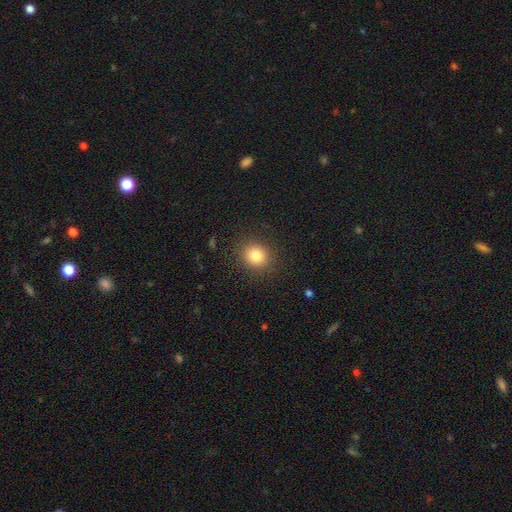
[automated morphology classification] The model was most divided on "how rounded": round: 81%, in between: 18%, cigar-shaped: 1%. More confident: merging — none (89%); smooth or featured — smooth (82%).